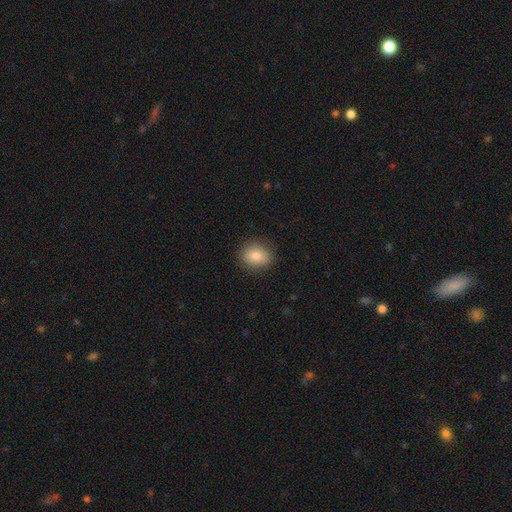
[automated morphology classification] A smooth galaxy with no disk features (82%) that is round (55%). Merging: none (88%).